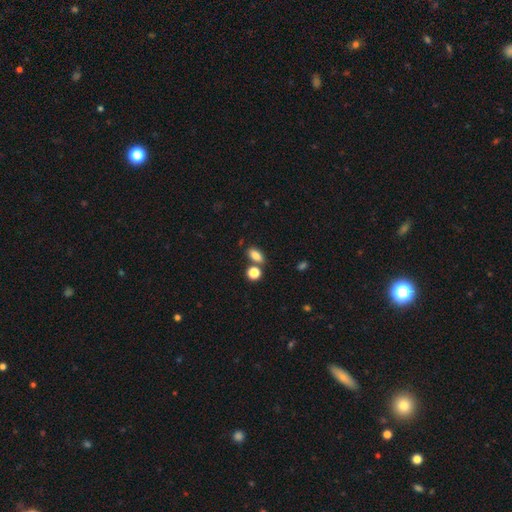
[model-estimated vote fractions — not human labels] Q: Smooth or featured?
A: smooth (82%); runner-up: star or artifact (11%)
Q: How rounded?
A: in between (82%); runner-up: round (14%)
Q: Merging?
A: none (66%); runner-up: merger (19%)